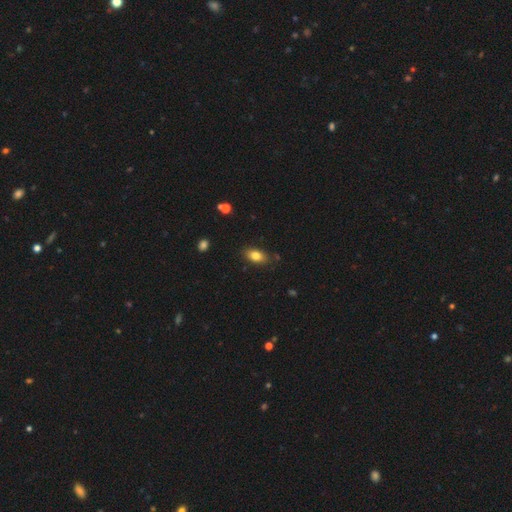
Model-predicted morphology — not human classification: Smooth or featured?
  - smooth: 81% *
  - featured or disk: 10%
  - star or artifact: 9%
How rounded?
  - in between: 88% *
  - round: 8%
  - cigar-shaped: 4%
Merging?
  - none: 83% *
  - minor disturbance: 13%
  - major disturbance: 3%
  - merger: 2%